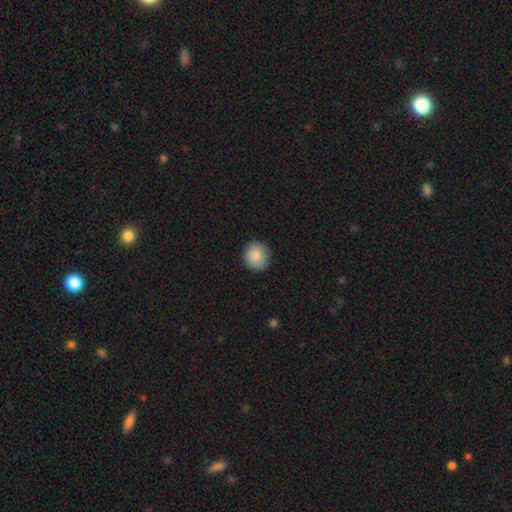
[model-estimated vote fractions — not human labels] A smooth galaxy with no disk features (88%) that is round (91%). Merging: none (89%).